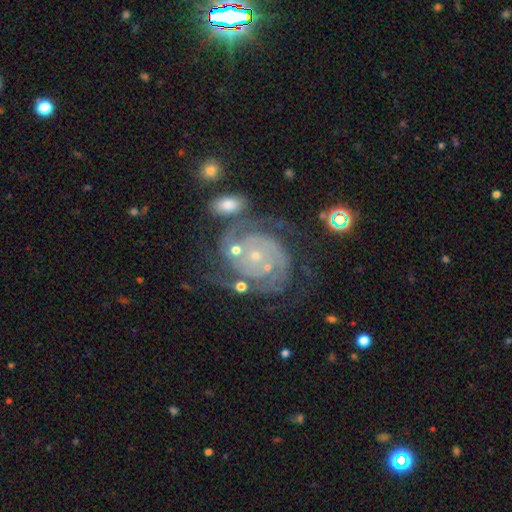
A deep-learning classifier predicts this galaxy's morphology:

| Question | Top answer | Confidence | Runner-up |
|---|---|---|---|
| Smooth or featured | featured or disk | 89% | star or artifact (6%) |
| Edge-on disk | no | 98% | yes (2%) |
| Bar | no | 80% | weak (16%) |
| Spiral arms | yes | 97% | no (3%) |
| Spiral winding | tight | 70% | medium (25%) |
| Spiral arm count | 2 | 47% | 3 (20%) |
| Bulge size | small | 80% | moderate (15%) |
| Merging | none | 56% | minor disturbance (18%) |